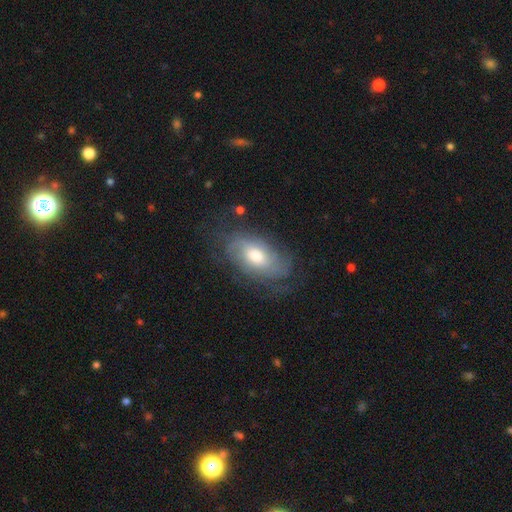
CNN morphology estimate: featured or disk 60%, smooth 33%, star or artifact 7%. Down the decision tree: edge-on disk — no (92%); bar — no (71%); spiral arms — yes (78%); bulge size — moderate (67%); merging — none (65%).